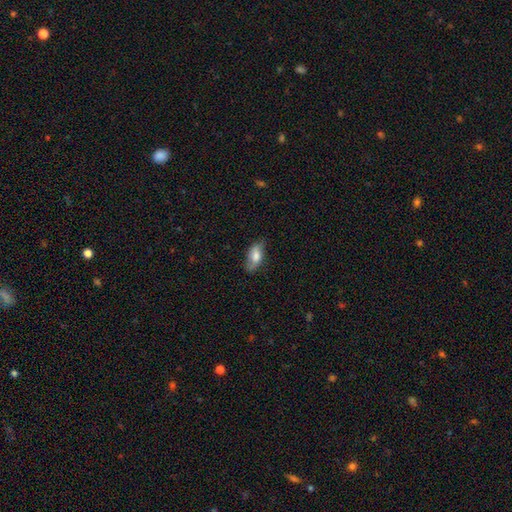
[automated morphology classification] A smooth galaxy with no disk features (70%) that is in between round and cigar-shaped (87%). Merging: none (72%).